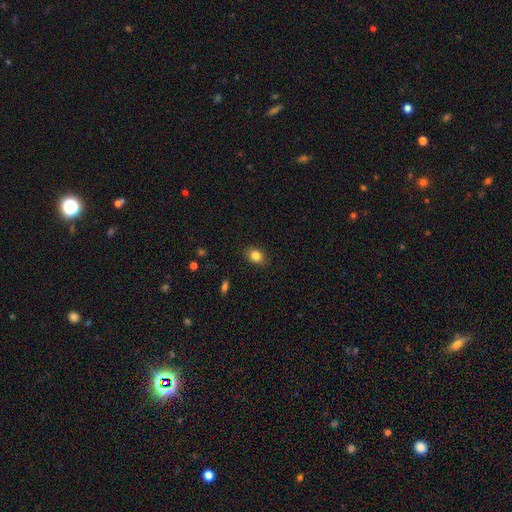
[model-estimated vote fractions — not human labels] smooth 84%, star or artifact 10%, featured or disk 7%. Down the decision tree: how rounded — in between (65%); merging — none (87%).